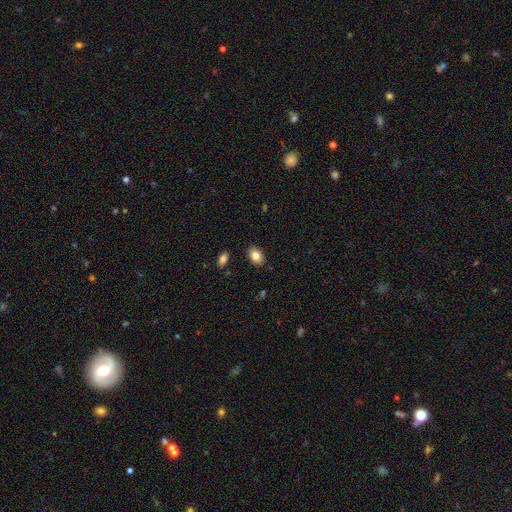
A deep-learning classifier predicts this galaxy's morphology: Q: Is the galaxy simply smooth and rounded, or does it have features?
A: smooth — 84%.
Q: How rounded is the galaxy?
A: in between — 83%.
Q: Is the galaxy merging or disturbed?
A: none — 87%.